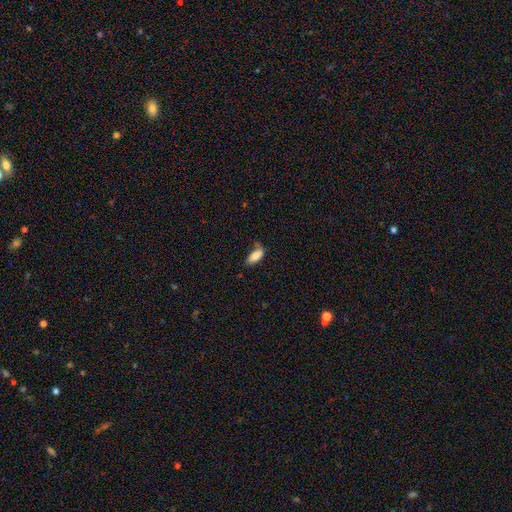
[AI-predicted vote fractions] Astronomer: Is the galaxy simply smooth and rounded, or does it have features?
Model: smooth — 83%.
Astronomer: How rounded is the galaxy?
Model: in between — 84%.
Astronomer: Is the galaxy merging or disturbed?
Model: none — 52% (runner-up: minor disturbance, 29%).